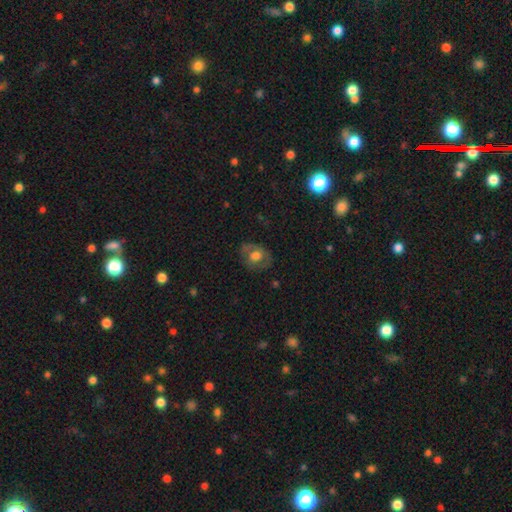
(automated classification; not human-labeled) Smooth or featured? smooth (51%)
How rounded? round (55%)
Merging? none (70%)